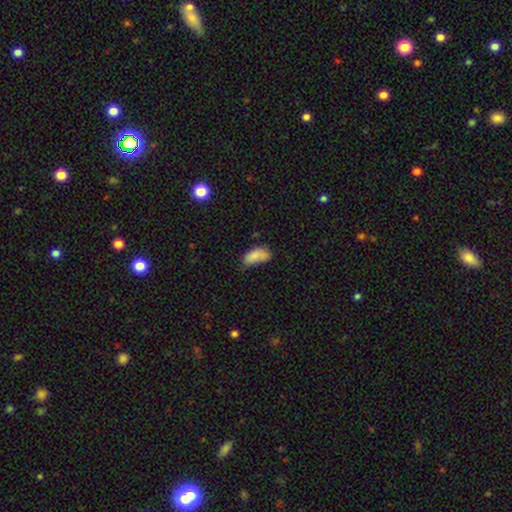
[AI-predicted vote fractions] This appears to be a smooth galaxy with no disk features (82%) that is in between round and cigar-shaped (91%). Merging: minor disturbance (39%).